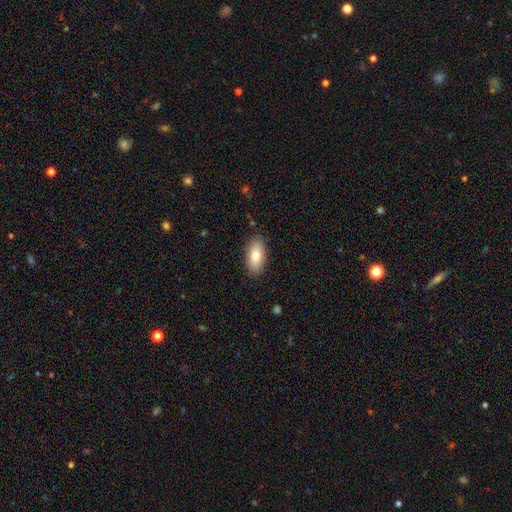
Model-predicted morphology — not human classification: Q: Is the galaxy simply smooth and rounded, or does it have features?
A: smooth — 80%.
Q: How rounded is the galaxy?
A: in between — 92%.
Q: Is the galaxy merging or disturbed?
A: none — 86%.